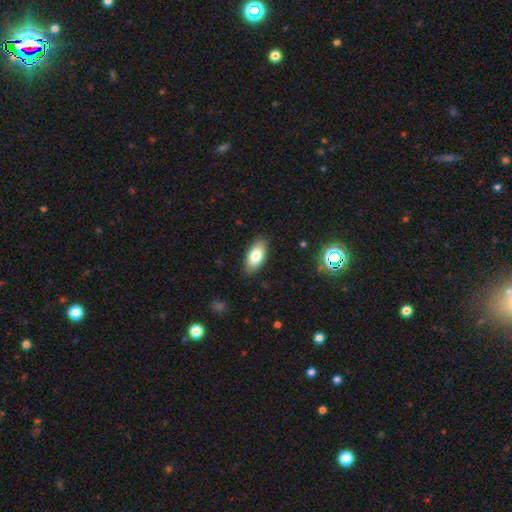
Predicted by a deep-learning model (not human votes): smooth-or-featured: smooth: 79% | featured or disk: 13% | star or artifact: 8%
  how-rounded: in between: 89% | cigar-shaped: 8% | round: 3%
  merging: none: 88% | minor disturbance: 9% | major disturbance: 2% | merger: 1%